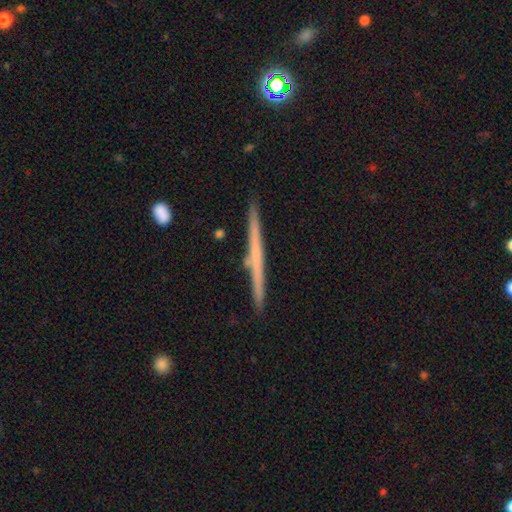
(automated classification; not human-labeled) smooth-or-featured: featured or disk: 58% | smooth: 35% | star or artifact: 7%
  disk-edge-on: yes: 98% | no: 2%
    edge-on-bulge: none: 85% | rounded: 10% | boxy: 5%
  merging: none: 91% | minor disturbance: 6% | merger: 2% | major disturbance: 1%